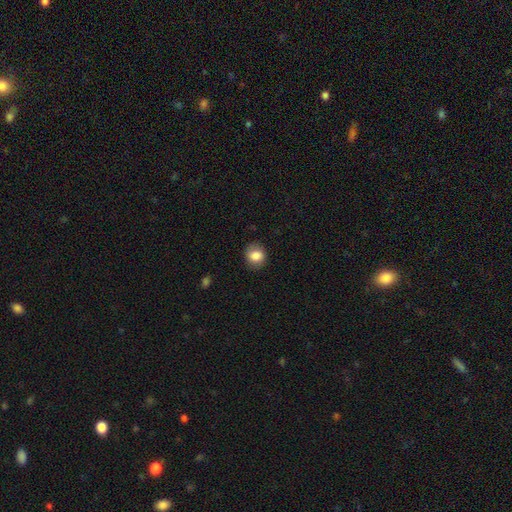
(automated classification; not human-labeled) A smooth galaxy with no disk features (82%) that is round (74%).

Vote fractions:
- Smooth or featured? smooth: 82% / featured or disk: 9% / star or artifact: 8%
- How rounded? round: 74% / in between: 25% / cigar-shaped: 1%
- Merging? none: 80% / minor disturbance: 15% / major disturbance: 4% / merger: 1%